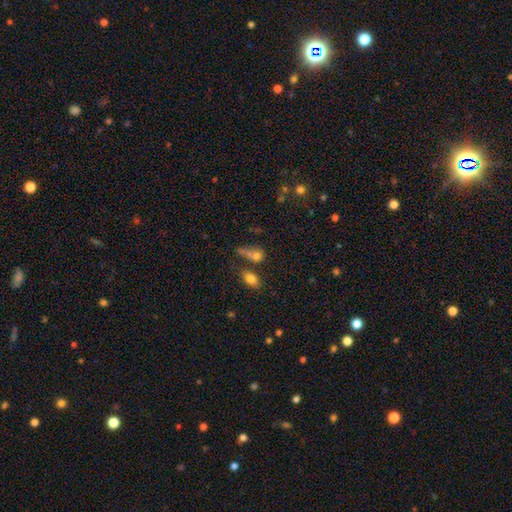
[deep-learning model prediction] Smooth or featured?
  - smooth: 74% *
  - featured or disk: 14%
  - star or artifact: 13%
How rounded?
  - in between: 64% *
  - round: 31%
  - cigar-shaped: 6%
Merging?
  - merger: 39% * (tied)
  - none: 39% * (tied)
  - minor disturbance: 13%
  - major disturbance: 9%